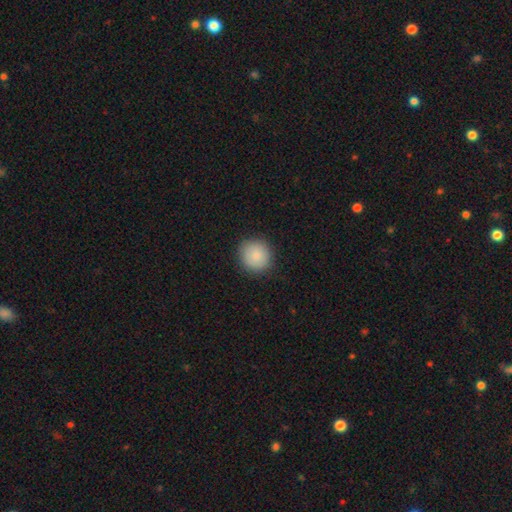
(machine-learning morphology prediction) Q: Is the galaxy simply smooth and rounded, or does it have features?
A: smooth — 86%.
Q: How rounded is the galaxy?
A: round — 92%.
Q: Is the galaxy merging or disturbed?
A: none — 89%.